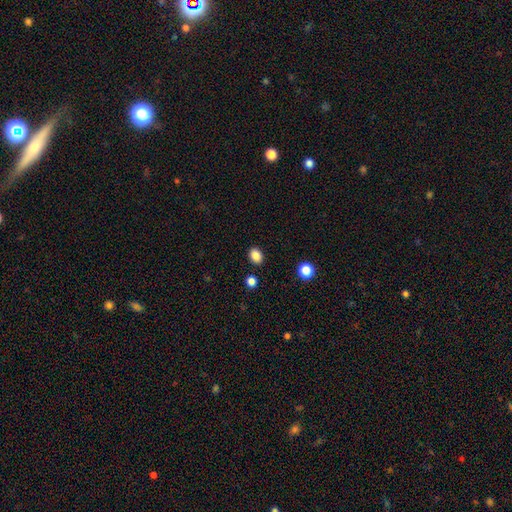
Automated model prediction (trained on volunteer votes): A smooth galaxy with no disk features (86%) that is in between round and cigar-shaped (66%). Merging: none (87%).